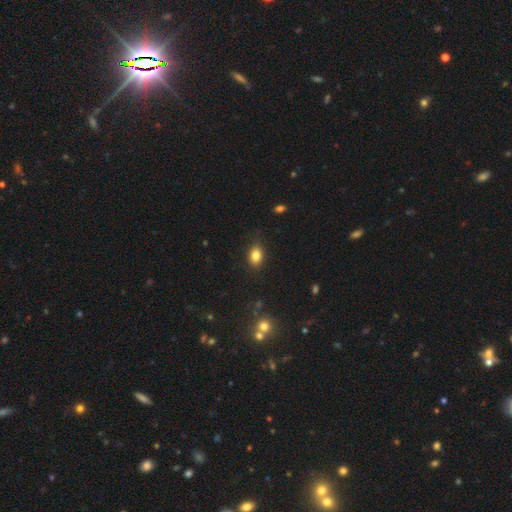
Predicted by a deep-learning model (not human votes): Morphology: type=smooth (84%); roundness=in between (79%); merging=none (83%).